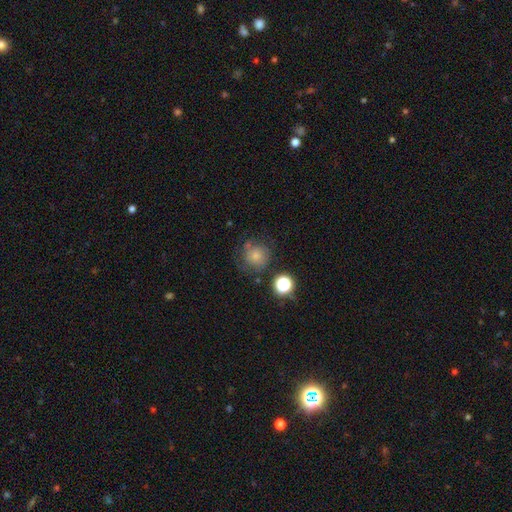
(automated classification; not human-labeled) Morphology: type=smooth (65%); roundness=round (89%); merging=none (62%).